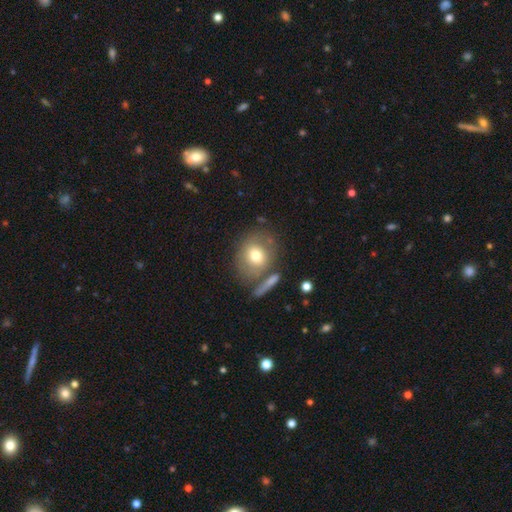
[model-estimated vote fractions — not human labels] smooth_or_featured: smooth (p=0.69) [alt: featured or disk p=0.23]
how_rounded: round (p=0.67) [alt: in between p=0.32]
merging: none (p=0.58) [alt: merger p=0.17]